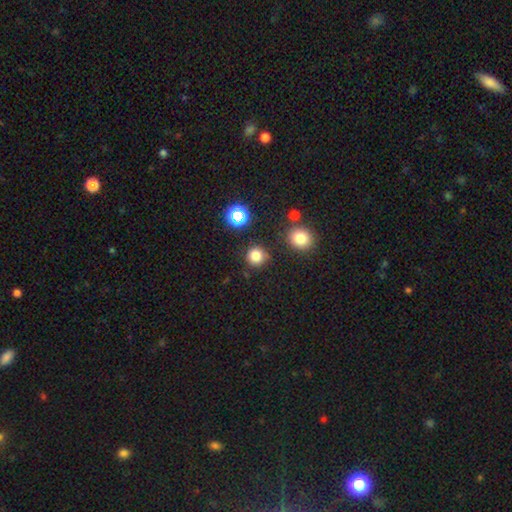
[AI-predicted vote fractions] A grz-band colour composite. It shows a smooth galaxy with no disk features (76%) that is round (92%). Merging: none (83%).